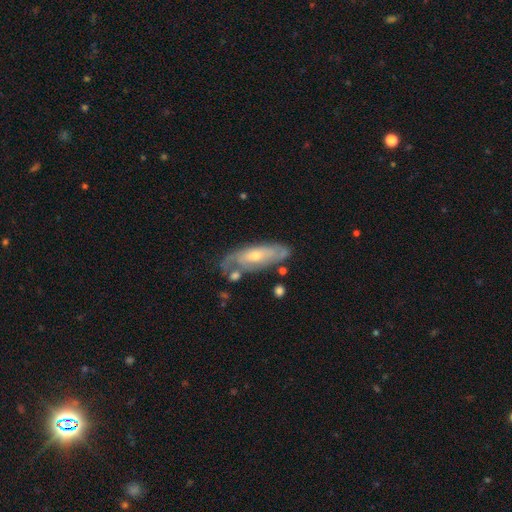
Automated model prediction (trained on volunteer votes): Smooth or featured: featured or disk — 66% (smooth — 29%)
Edge-on disk: no — 79% (yes — 21%)
Bar: no — 71% (weak — 23%)
Spiral arms: yes — 74% (no — 26%)
Bulge size: small — 53% (moderate — 43%)
Merging: none — 59% (minor disturbance — 22%)